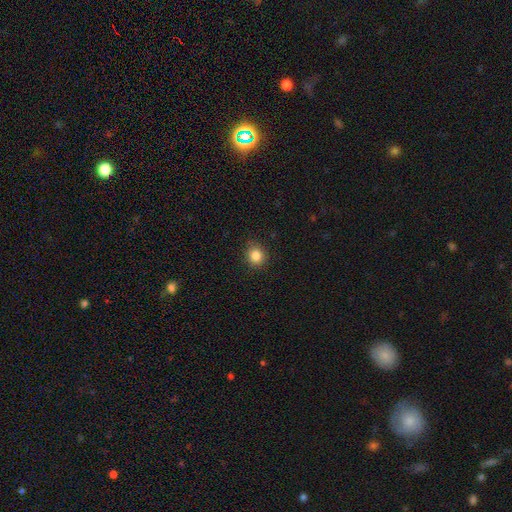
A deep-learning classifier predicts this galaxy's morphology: A smooth galaxy with no disk features (85%) that is round (83%).

Vote fractions:
- Smooth or featured? smooth: 85% / star or artifact: 11% / featured or disk: 5%
- How rounded? round: 83% / in between: 16% / cigar-shaped: 1%
- Merging? none: 86% / minor disturbance: 11% / major disturbance: 2% / merger: 1%